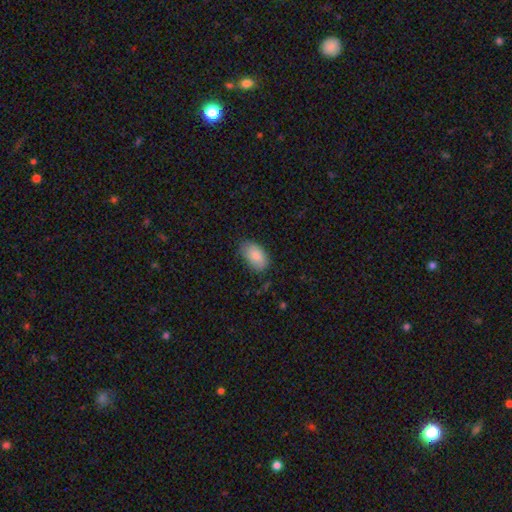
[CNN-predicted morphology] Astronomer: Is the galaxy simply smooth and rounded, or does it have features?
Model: smooth — 85%.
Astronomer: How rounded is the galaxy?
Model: in between — 93%.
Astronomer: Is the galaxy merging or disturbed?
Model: none — 72%.